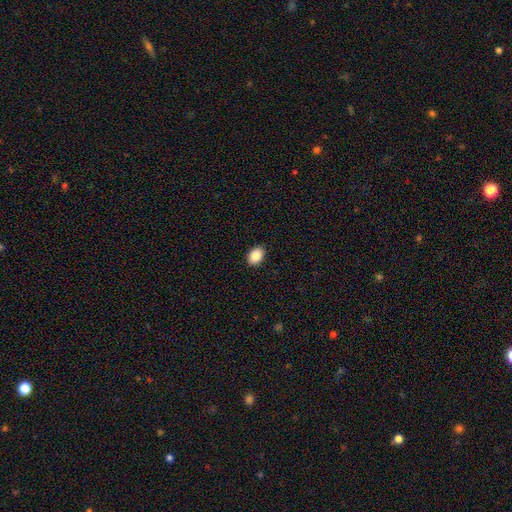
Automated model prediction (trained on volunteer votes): Smooth or featured: smooth — 88% (star or artifact — 8%)
How rounded: in between — 76% (round — 23%)
Merging: none — 90% (minor disturbance — 8%)